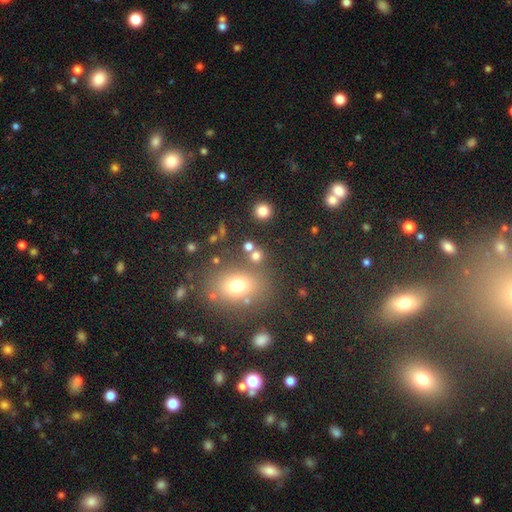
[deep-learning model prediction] Smooth or featured? smooth (70%)
How rounded? round (74%)
Merging? none (70%)